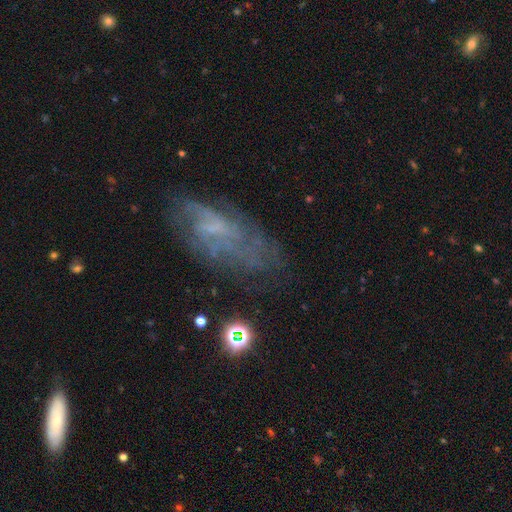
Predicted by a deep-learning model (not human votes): Smooth or featured? featured or disk (61%)
Edge-on disk? no (92%)
Bar? no (60%)
Spiral arms? yes (62%)
Bulge size? none (52%)
Merging? none (54%)